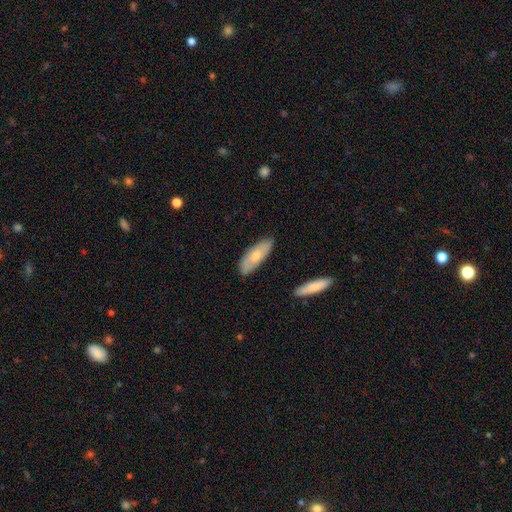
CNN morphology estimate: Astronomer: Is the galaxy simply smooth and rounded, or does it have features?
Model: smooth — 67%.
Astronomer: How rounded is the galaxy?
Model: in between — 74%.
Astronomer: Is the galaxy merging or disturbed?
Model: none — 82%.